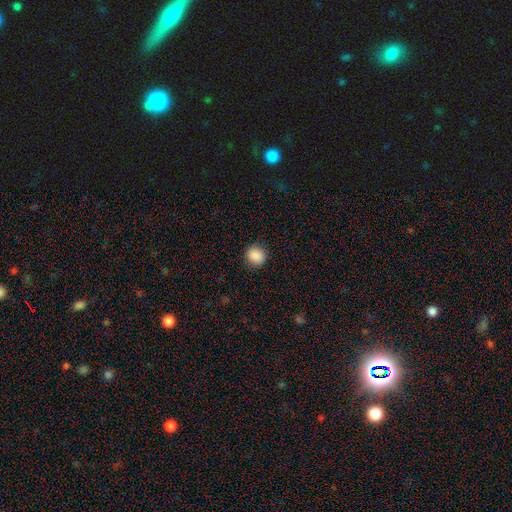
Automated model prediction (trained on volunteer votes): Smooth or featured?
  - smooth: 89% *
  - star or artifact: 9%
  - featured or disk: 3%
How rounded?
  - round: 84% *
  - in between: 15%
  - cigar-shaped: 1%
Merging?
  - none: 88% *
  - minor disturbance: 8%
  - major disturbance: 3%
  - merger: 1%